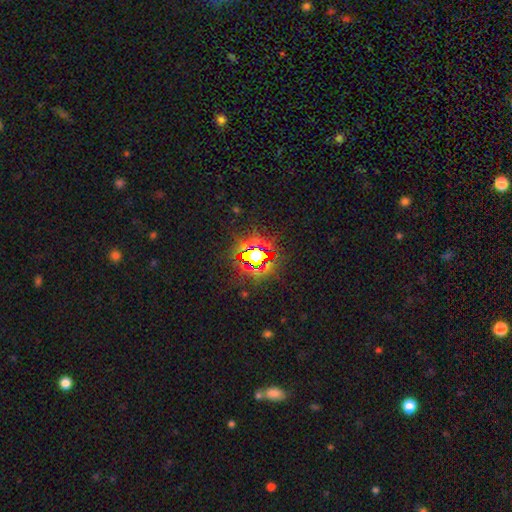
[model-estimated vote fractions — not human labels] Smooth or featured?
  - star or artifact: 75% *
  - smooth: 14%
  - featured or disk: 11%